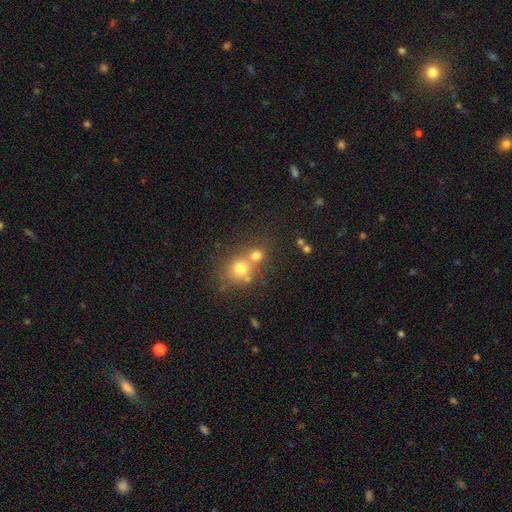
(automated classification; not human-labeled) smooth_or_featured: smooth (p=0.71) [alt: star or artifact p=0.16]
how_rounded: round (p=0.80) [alt: in between p=0.19]
merging: merger (p=0.45) [alt: none p=0.44]